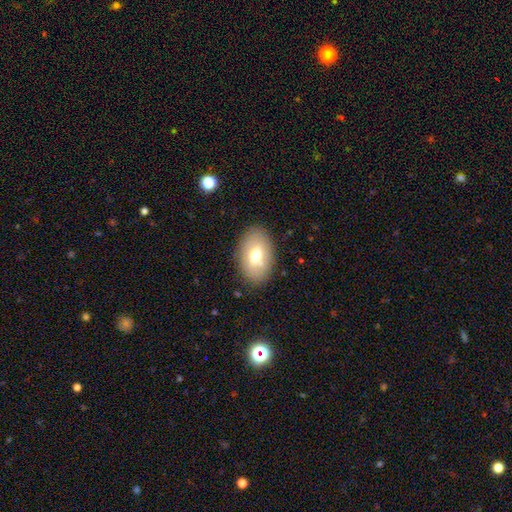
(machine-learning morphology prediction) This appears to be a smooth galaxy with no disk features (68%) that is in between round and cigar-shaped (88%). Merging: none (84%).